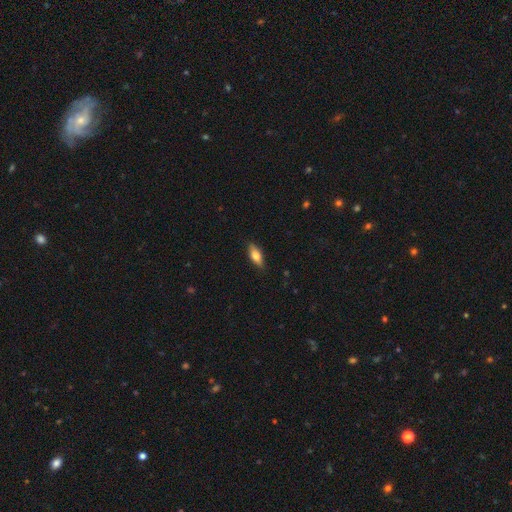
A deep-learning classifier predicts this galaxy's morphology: smooth 68%, featured or disk 25%, star or artifact 7%. Down the decision tree: how rounded — in between (71%); merging — none (86%).